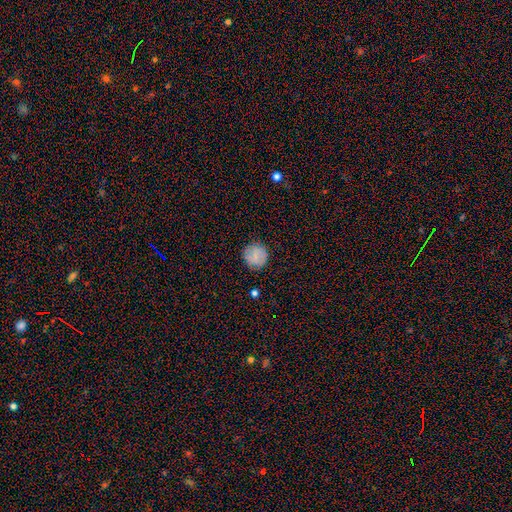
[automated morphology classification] Smooth or featured?
  - smooth: 79% *
  - featured or disk: 11%
  - star or artifact: 9%
How rounded?
  - round: 92% *
  - in between: 7%
  - cigar-shaped: 1%
Merging?
  - none: 87% *
  - minor disturbance: 9%
  - major disturbance: 3%
  - merger: 1%